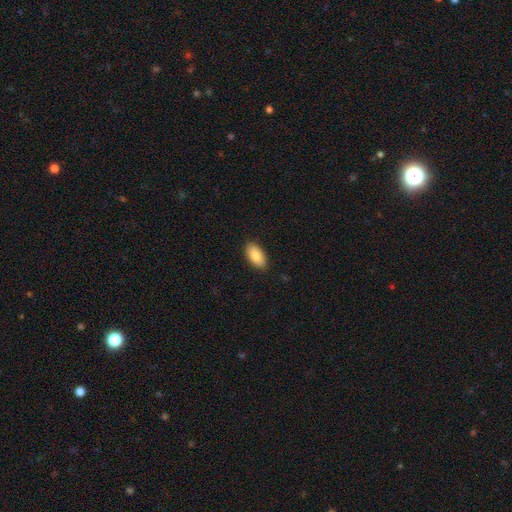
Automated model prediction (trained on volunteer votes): Overall: smooth (87%). How rounded: in between (94%). Merging: none (89%).